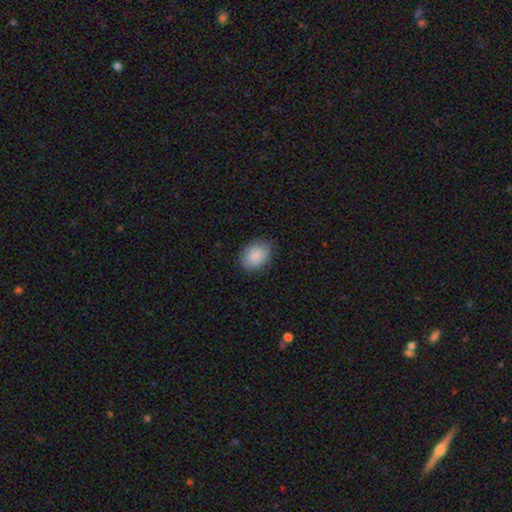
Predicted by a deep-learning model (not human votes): Overall: smooth (89%). How rounded: in between (71%). Merging: none (83%).